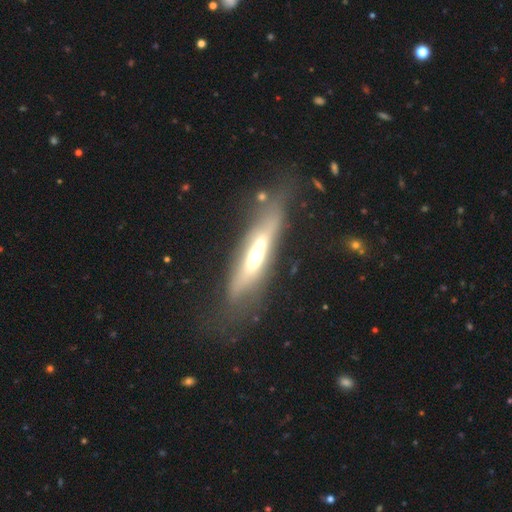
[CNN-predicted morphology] A featured or disk galaxy (61%) viewed edge-on (66%).

Vote fractions:
- Smooth or featured? featured or disk: 61% / smooth: 31% / star or artifact: 8%
- Edge-on disk? yes: 66% / no: 34%
- Merging? none: 48% / minor disturbance: 18% / major disturbance: 18% / merger: 16%